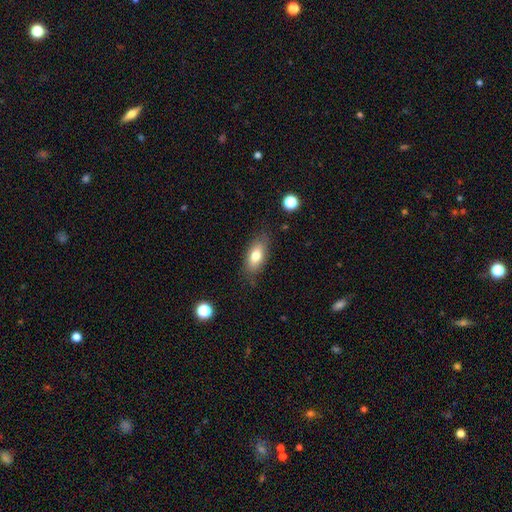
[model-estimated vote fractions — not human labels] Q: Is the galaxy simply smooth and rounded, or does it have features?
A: smooth — 76%.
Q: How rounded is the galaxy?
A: in between — 83%.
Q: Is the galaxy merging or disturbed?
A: none — 79%.